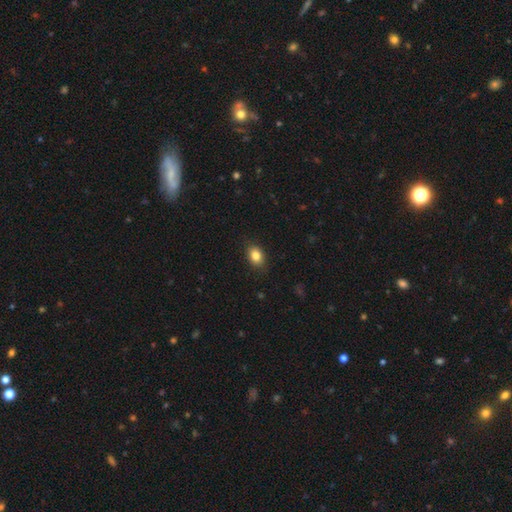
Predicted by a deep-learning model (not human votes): This appears to be a smooth galaxy with no disk features (84%) that is in between round and cigar-shaped (75%). Merging: none (86%).